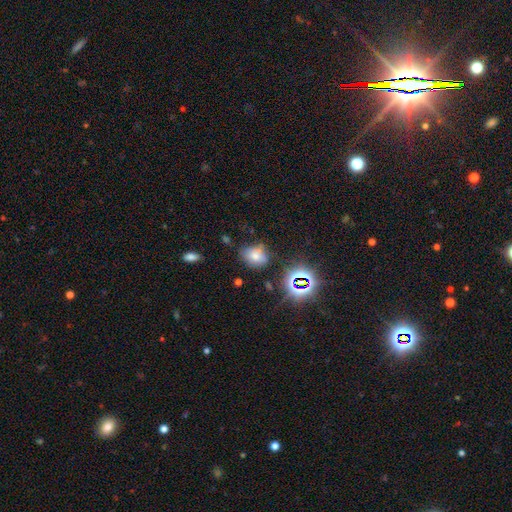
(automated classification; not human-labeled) Smooth or featured? smooth (65%)
How rounded? in between (53%)
Merging? none (67%)